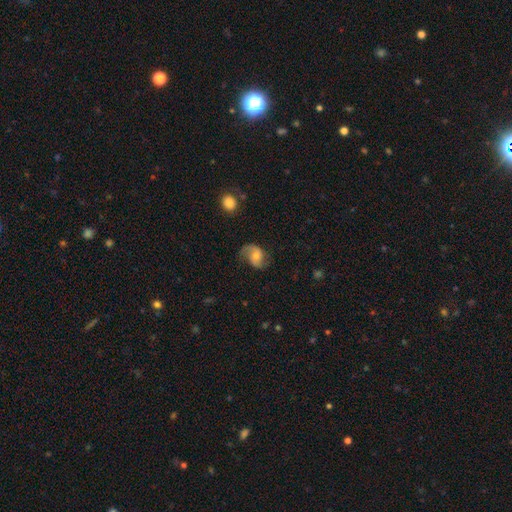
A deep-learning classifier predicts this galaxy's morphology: A featured or disk galaxy (68%) with no bar (55%), 2 (88%) loose (53%) spiral arms (94%) and a moderate central bulge (43%).

Vote fractions:
- Smooth or featured? featured or disk: 68% / smooth: 24% / star or artifact: 8%
- Edge-on disk? no: 98% / yes: 2%
- Bar? no: 55% / weak: 36% / strong: 9%
- Spiral arms? yes: 94% / no: 6%
- Spiral winding? loose: 53% / medium: 37% / tight: 10%
- Spiral arm count? 2: 88% / 1: 5% / can't tell: 4% / 3: 1% / 4: 1% / more than 4: 1%
- Bulge size? moderate: 43% / small: 42% / none: 8% / large: 6% / dominant: 2%
- Merging? none: 67% / minor disturbance: 21% / major disturbance: 11% / merger: 2%